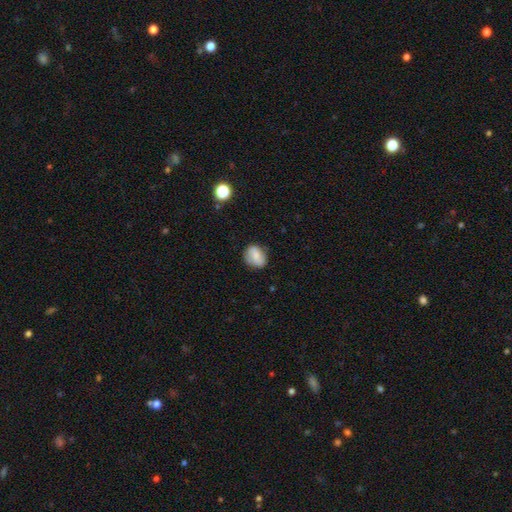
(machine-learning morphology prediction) Smooth or featured: smooth — 66% (featured or disk — 25%)
How rounded: in between — 50% (round — 49%)
Merging: none — 75% (minor disturbance — 19%)